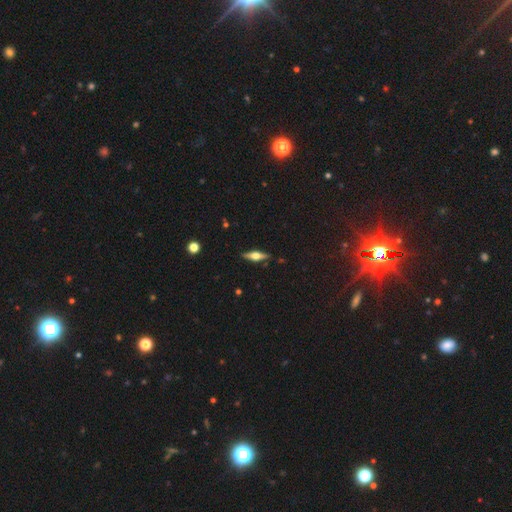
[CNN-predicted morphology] smooth_or_featured: featured or disk (p=0.68) [alt: smooth p=0.25]
disk_edge_on: yes (p=0.96) [alt: no p=0.04]
edge_on_bulge: rounded (p=0.93) [alt: boxy p=0.06]
merging: none (p=0.89) [alt: minor disturbance p=0.08]